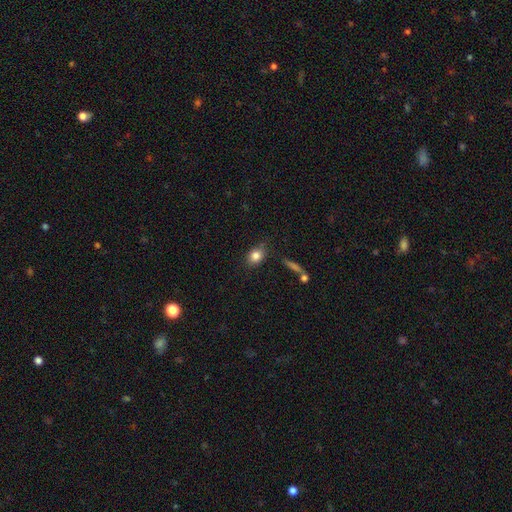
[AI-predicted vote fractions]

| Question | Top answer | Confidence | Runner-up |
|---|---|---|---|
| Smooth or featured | smooth | 82% | star or artifact (9%) |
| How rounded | in between | 55% | round (43%) |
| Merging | none | 78% | minor disturbance (15%) |